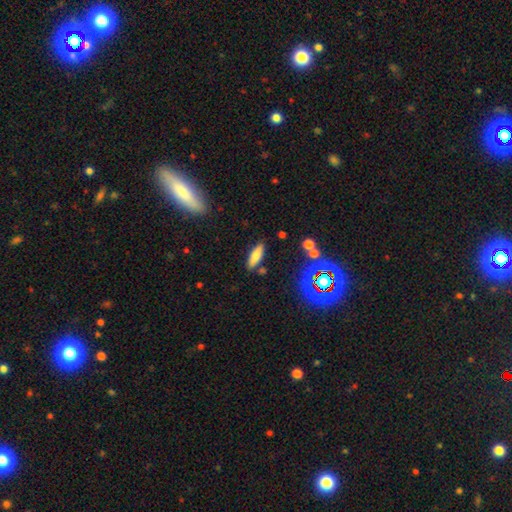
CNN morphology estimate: This appears to be a smooth galaxy with no disk features (72%) that is in between round and cigar-shaped (56%). Merging: none (82%).